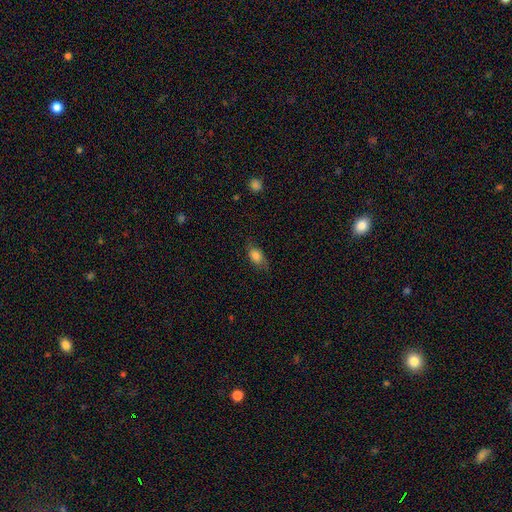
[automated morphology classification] A smooth galaxy with no disk features (81%) that is in between round and cigar-shaped (83%).

Vote fractions:
- Smooth or featured? smooth: 81% / featured or disk: 11% / star or artifact: 9%
- How rounded? in between: 83% / round: 12% / cigar-shaped: 5%
- Merging? none: 69% / minor disturbance: 23% / major disturbance: 7% / merger: 1%